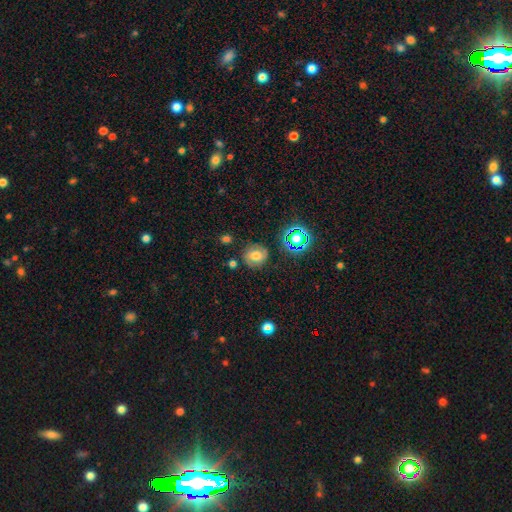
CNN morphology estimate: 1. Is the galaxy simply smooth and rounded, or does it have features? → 49% smooth, 33% featured or disk, 18% star or artifact.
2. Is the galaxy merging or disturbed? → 77% none, 14% minor disturbance, 5% major disturbance, 3% merger.